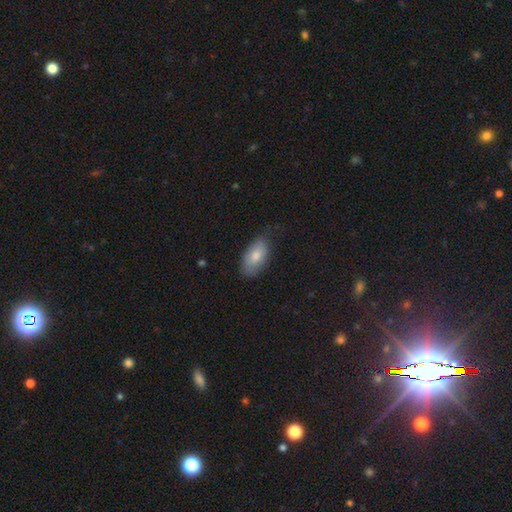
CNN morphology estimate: Overall: smooth (78%). How rounded: in between (93%). Merging: none (67%).